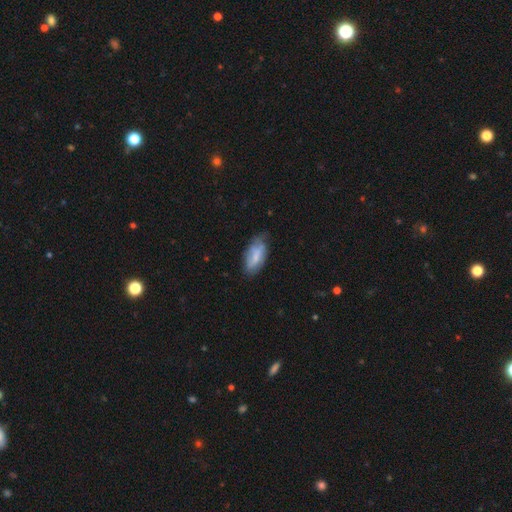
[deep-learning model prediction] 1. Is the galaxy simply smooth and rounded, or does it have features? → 62% smooth, 31% featured or disk, 7% star or artifact.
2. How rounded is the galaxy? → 87% in between, 11% cigar-shaped, 2% round.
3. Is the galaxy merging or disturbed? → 53% none, 36% minor disturbance, 9% major disturbance, 2% merger.